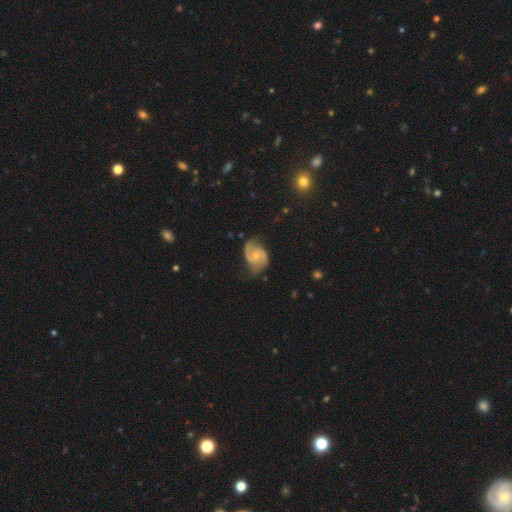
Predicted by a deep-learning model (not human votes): A featured or disk galaxy (85%) with no bar (55%), 2 (91%) medium (54%) spiral arms (96%) and a small central bulge (53%). Merging: none (68%).